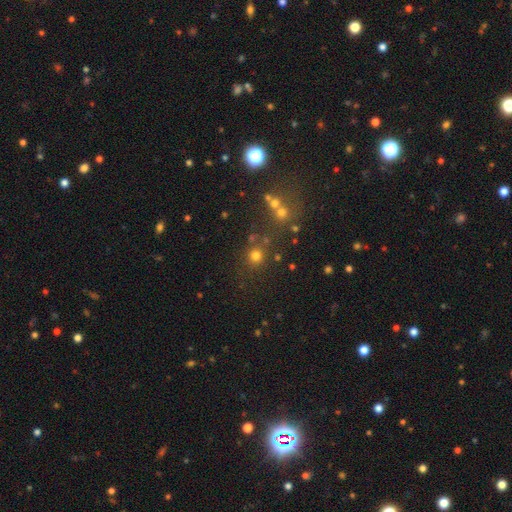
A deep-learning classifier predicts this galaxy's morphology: smooth_or_featured: smooth (p=0.72) [alt: star or artifact p=0.21]
how_rounded: round (p=0.91) [alt: in between p=0.08]
merging: none (p=0.78) [alt: merger p=0.09]